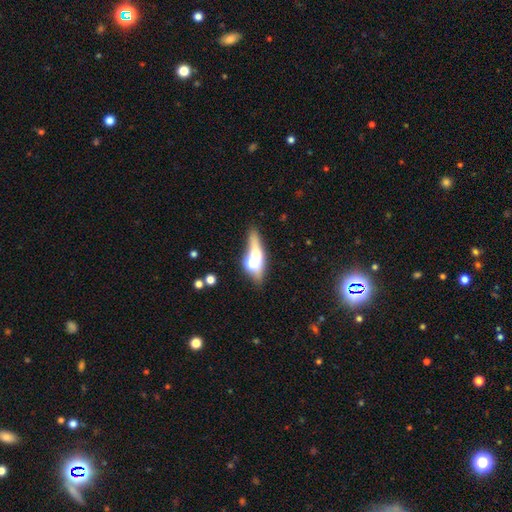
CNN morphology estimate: Smooth or featured?
  - smooth: 50% *
  - featured or disk: 34%
  - star or artifact: 15%
How rounded?
  - cigar-shaped: 45% *
  - in between: 39%
  - round: 16%
Merging?
  - none: 50% *
  - merger: 25%
  - minor disturbance: 15%
  - major disturbance: 11%